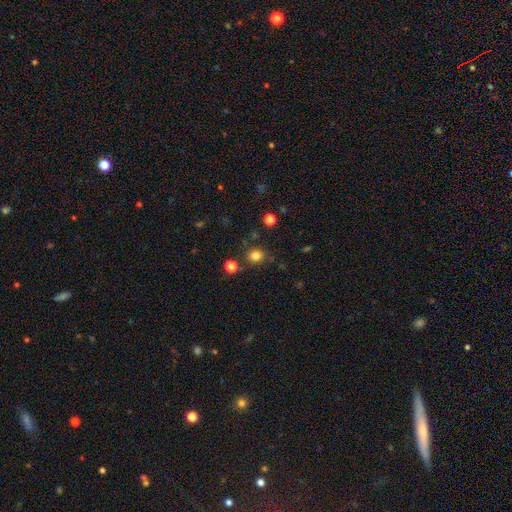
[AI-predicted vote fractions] Q: Smooth or featured?
A: smooth (80%); runner-up: star or artifact (14%)
Q: How rounded?
A: round (78%); runner-up: in between (22%)
Q: Merging?
A: none (80%); runner-up: minor disturbance (11%)